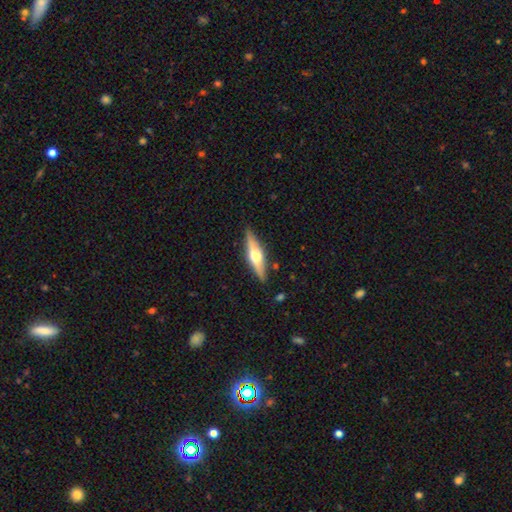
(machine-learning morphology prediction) smooth-or-featured: featured or disk: 61% | smooth: 33% | star or artifact: 6%
  disk-edge-on: yes: 94% | no: 6%
    edge-on-bulge: rounded: 94% | boxy: 4% | none: 3%
  merging: none: 87% | minor disturbance: 10% | major disturbance: 2% | merger: 2%